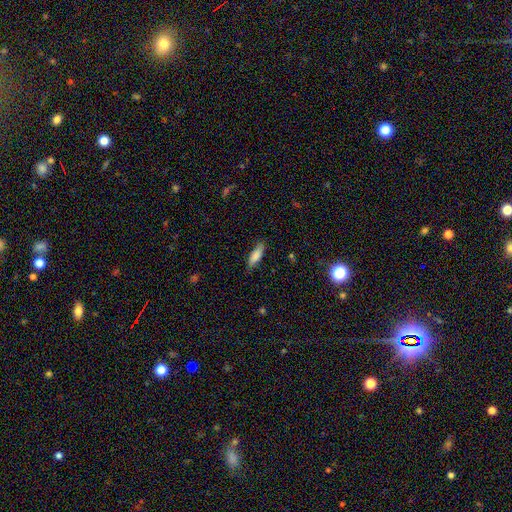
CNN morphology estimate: Q: Smooth or featured?
A: smooth (82%); runner-up: featured or disk (11%)
Q: How rounded?
A: in between (51%); runner-up: cigar-shaped (47%)
Q: Merging?
A: none (81%); runner-up: minor disturbance (15%)